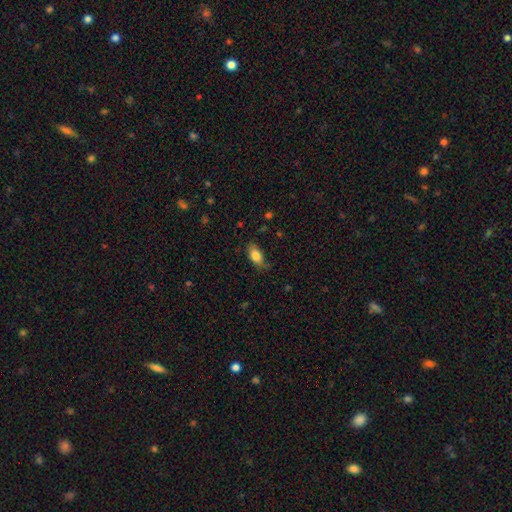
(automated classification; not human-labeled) smooth_or_featured: smooth (p=0.81) [alt: featured or disk p=0.12]
how_rounded: in between (p=0.87) [alt: cigar-shaped p=0.08]
merging: none (p=0.67) [alt: minor disturbance p=0.26]